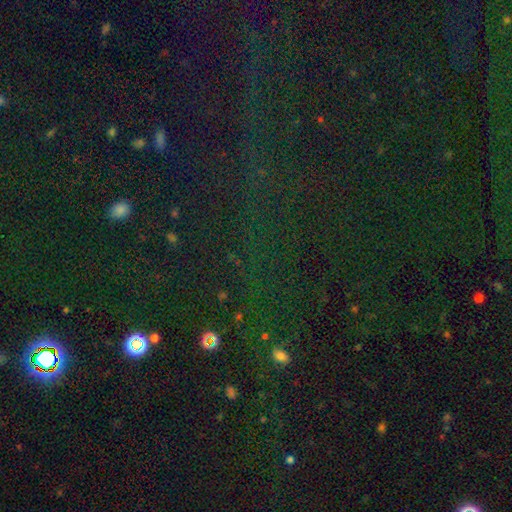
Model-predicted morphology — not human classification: Q: Smooth or featured?
A: star or artifact (76%); runner-up: smooth (15%)